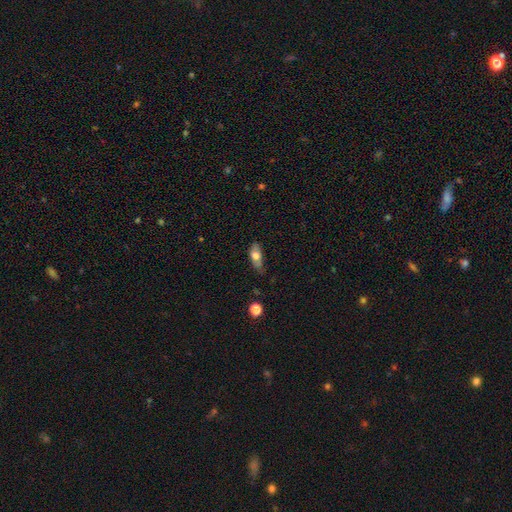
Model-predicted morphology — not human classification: This appears to be a smooth galaxy with no disk features (67%) that is in between round and cigar-shaped (78%). Merging: none (60%).